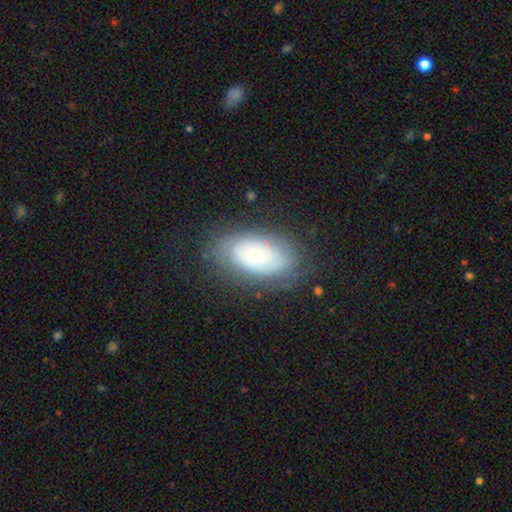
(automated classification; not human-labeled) This appears to be a featured or disk galaxy (48%). Merging: none (73%).